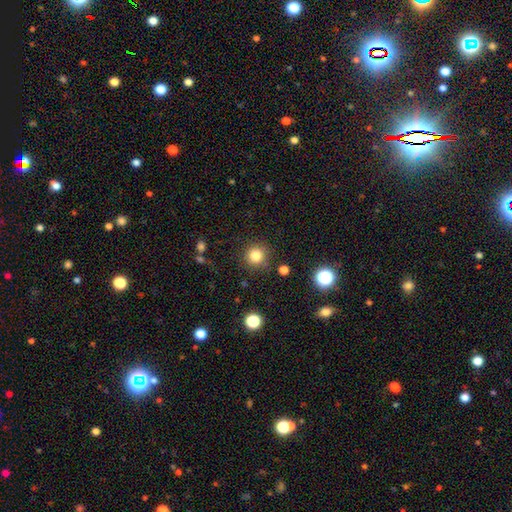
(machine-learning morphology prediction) Smooth or featured? smooth (82%)
How rounded? round (93%)
Merging? none (85%)